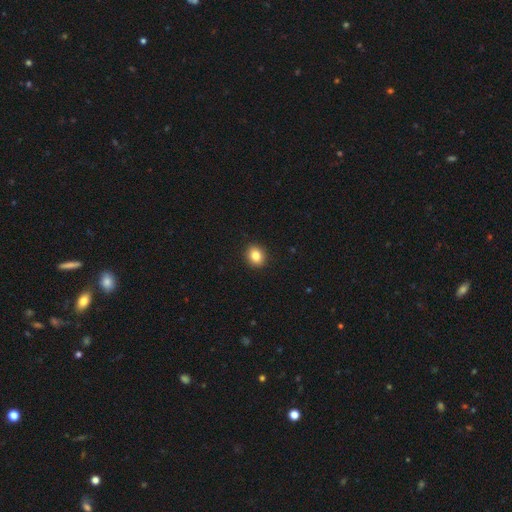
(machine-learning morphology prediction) A smooth galaxy with no disk features (84%) that is round (63%). Merging: none (92%).